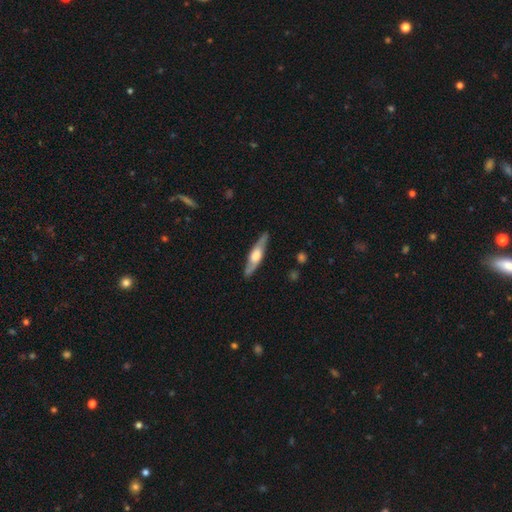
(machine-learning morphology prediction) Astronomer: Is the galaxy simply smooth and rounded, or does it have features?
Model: featured or disk — 62%.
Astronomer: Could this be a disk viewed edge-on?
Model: yes — 84%.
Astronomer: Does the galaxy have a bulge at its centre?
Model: rounded — 81%.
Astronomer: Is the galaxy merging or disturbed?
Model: none — 86%.